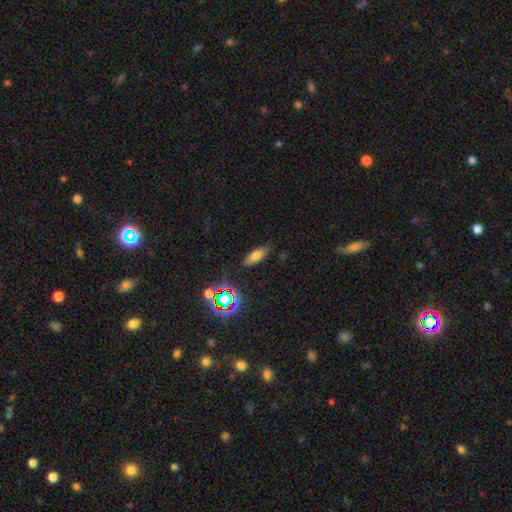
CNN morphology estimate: Smooth or featured? smooth (67%)
How rounded? in between (68%)
Merging? none (83%)